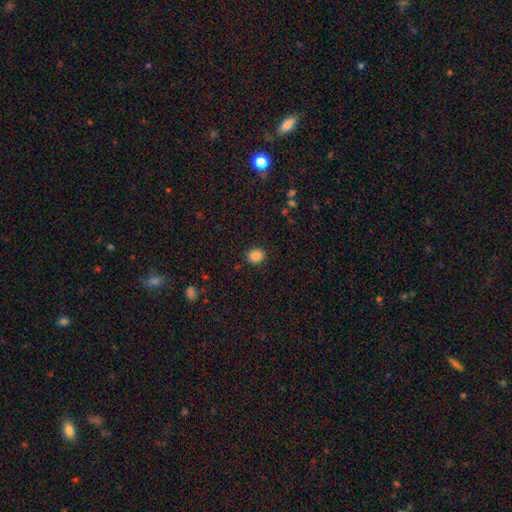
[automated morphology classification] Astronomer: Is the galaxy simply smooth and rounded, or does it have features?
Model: smooth — 86%.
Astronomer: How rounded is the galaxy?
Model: round — 74%.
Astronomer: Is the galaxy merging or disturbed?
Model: none — 88%.